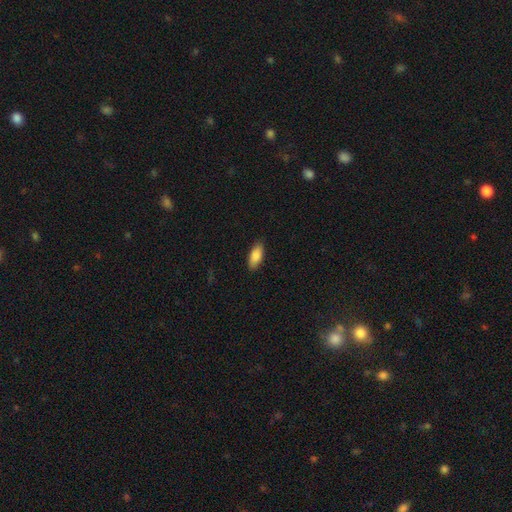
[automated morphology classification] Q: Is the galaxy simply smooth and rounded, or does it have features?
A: smooth — 86%.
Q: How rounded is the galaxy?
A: in between — 85%.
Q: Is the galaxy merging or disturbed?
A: none — 89%.